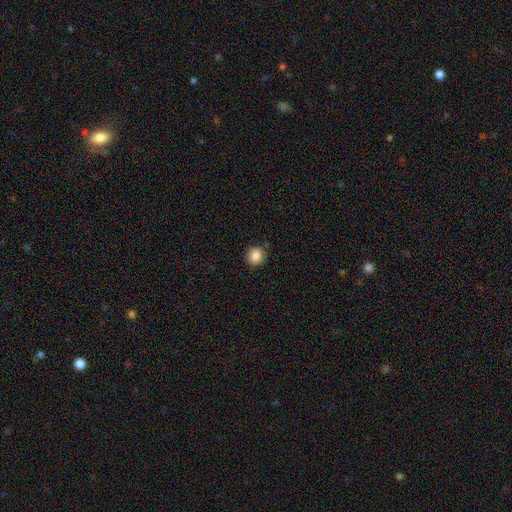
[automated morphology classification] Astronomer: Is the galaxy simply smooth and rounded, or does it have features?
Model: smooth — 86%.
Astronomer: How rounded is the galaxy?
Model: round — 88%.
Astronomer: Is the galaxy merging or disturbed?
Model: none — 84%.